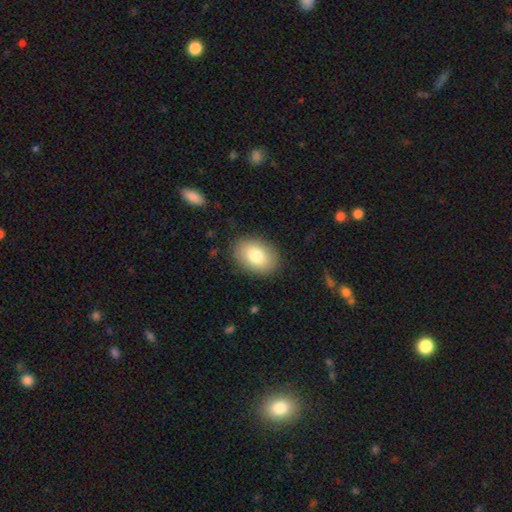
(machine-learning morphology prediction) This is likely a smooth galaxy (79%). How rounded: clearly in between (83%). Merging: clearly none (87%).